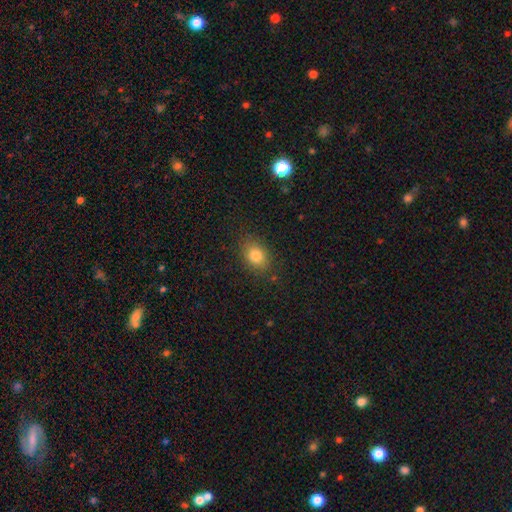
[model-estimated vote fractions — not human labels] The model was most divided on "how rounded": in between: 71%, round: 28%, cigar-shaped: 1%. More confident: merging — none (84%); smooth or featured — smooth (82%).